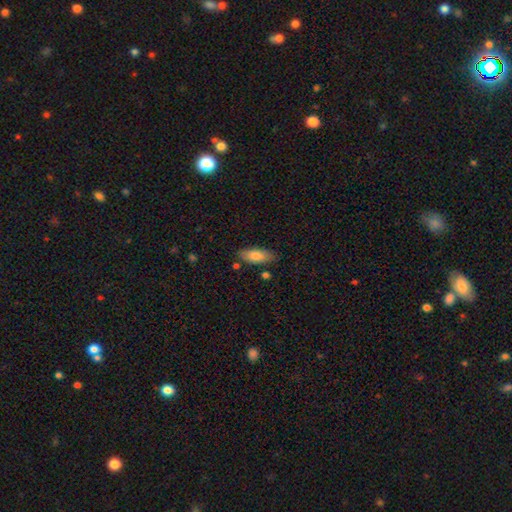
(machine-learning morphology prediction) Smooth or featured? smooth (81%)
How rounded? in between (80%)
Merging? none (80%)